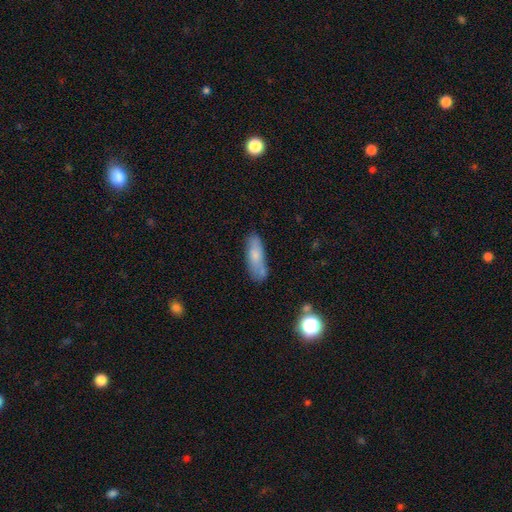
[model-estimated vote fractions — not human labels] Overall: smooth (71%). How rounded: in between (56%; cigar-shaped 42%). Merging: none (62%; minor disturbance 23%).